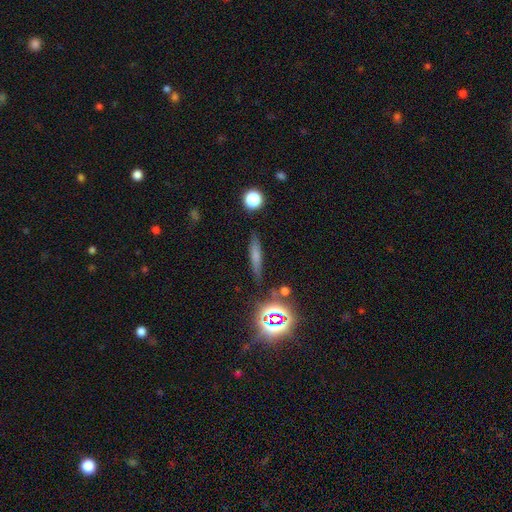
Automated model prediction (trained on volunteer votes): Overall: smooth (60%; featured or disk 23%). How rounded: cigar-shaped (84%). Merging: none (81%).